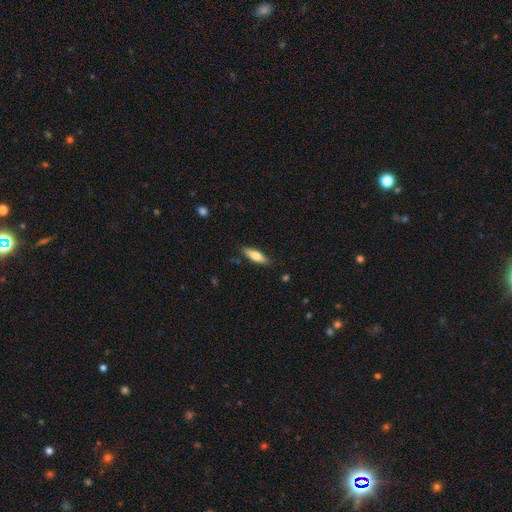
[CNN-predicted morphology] A smooth galaxy with no disk features (68%) that is in between round and cigar-shaped (50%). Merging: none (85%).